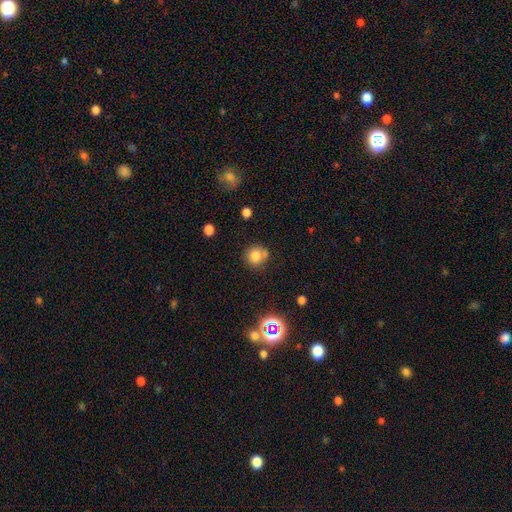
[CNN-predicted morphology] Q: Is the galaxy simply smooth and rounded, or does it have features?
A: smooth — 78%.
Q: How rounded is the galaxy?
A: round — 88%.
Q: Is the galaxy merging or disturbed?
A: none — 66%.